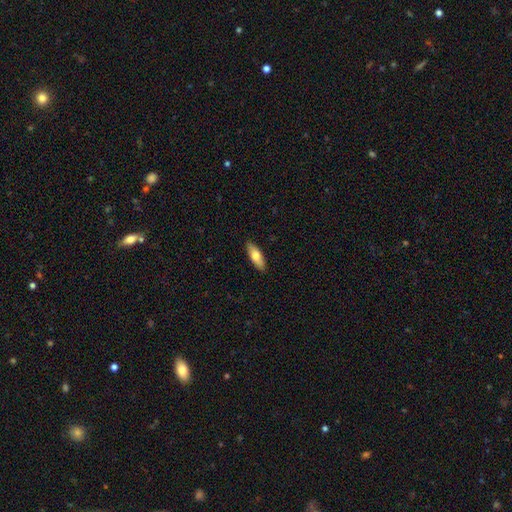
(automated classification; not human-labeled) Smooth or featured?
  - smooth: 70% *
  - featured or disk: 25%
  - star or artifact: 6%
How rounded?
  - in between: 59% *
  - cigar-shaped: 39%
  - round: 2%
Merging?
  - none: 89% *
  - minor disturbance: 8%
  - major disturbance: 2%
  - merger: 1%